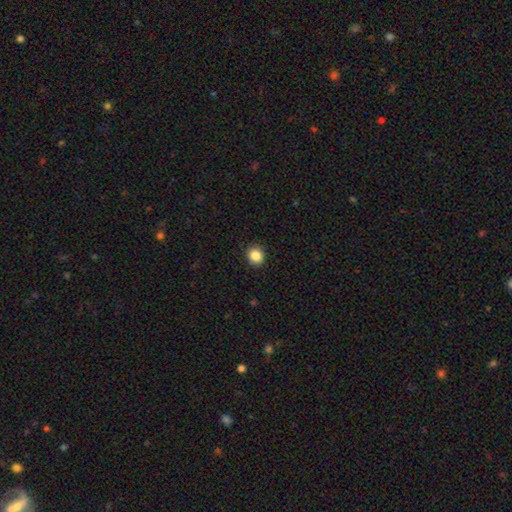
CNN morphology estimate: This appears to be a smooth galaxy with no disk features (86%) that is round (78%). Merging: none (91%).